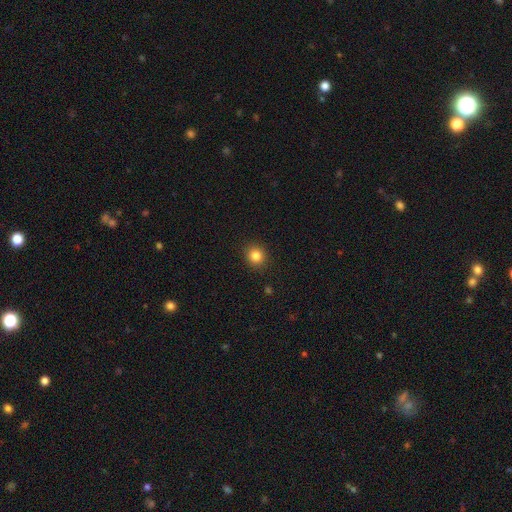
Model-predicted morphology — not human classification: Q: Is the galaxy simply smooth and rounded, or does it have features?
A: smooth — 83%.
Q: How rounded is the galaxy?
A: round — 85%.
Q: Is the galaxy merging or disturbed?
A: none — 91%.